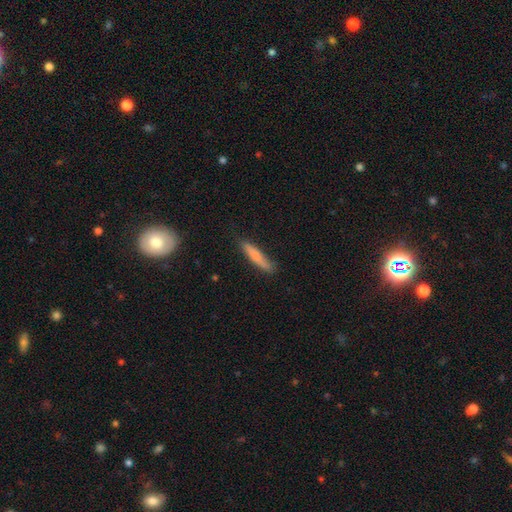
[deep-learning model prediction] The model was most divided on "merging": none: 75%, minor disturbance: 19%, major disturbance: 4%, merger: 2%. More confident: how rounded — cigar-shaped (89%); smooth or featured — smooth (75%).